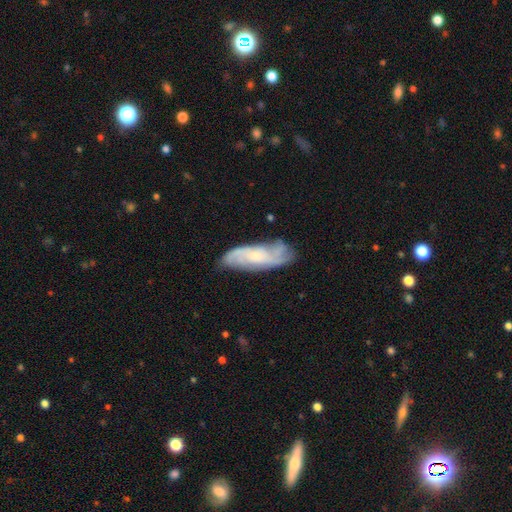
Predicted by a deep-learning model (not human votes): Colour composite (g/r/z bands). It shows a featured or disk galaxy (70%) with no bar (65%), medium (43%) spiral arms (93%) and a small central bulge (51%). Merging: none (74%).